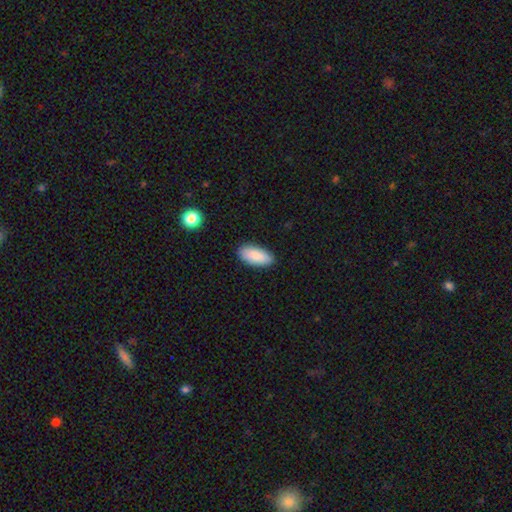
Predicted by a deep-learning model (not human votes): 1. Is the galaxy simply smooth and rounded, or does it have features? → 88% smooth, 6% featured or disk, 6% star or artifact.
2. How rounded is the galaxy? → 91% in between, 7% cigar-shaped, 2% round.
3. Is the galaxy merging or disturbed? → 88% none, 9% minor disturbance, 2% major disturbance, 1% merger.